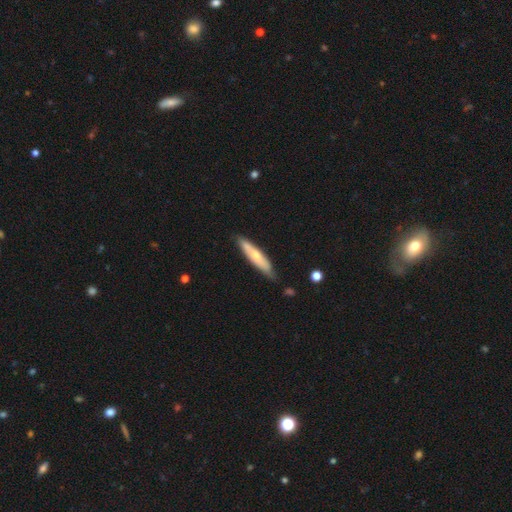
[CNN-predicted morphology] Smooth or featured?
  - smooth: 53% *
  - featured or disk: 42%
  - star or artifact: 5%
How rounded?
  - cigar-shaped: 81% *
  - in between: 17%
  - round: 1%
Merging?
  - none: 75% *
  - minor disturbance: 18%
  - merger: 4%
  - major disturbance: 3%